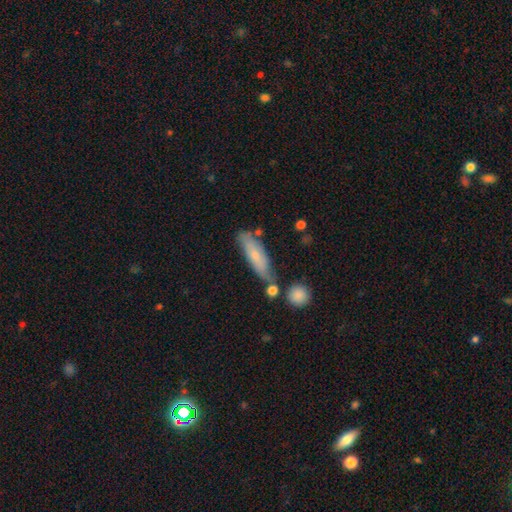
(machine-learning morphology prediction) Smooth or featured: smooth — 64% (featured or disk — 30%)
How rounded: cigar-shaped — 62% (in between — 36%)
Merging: none — 62% (minor disturbance — 20%)